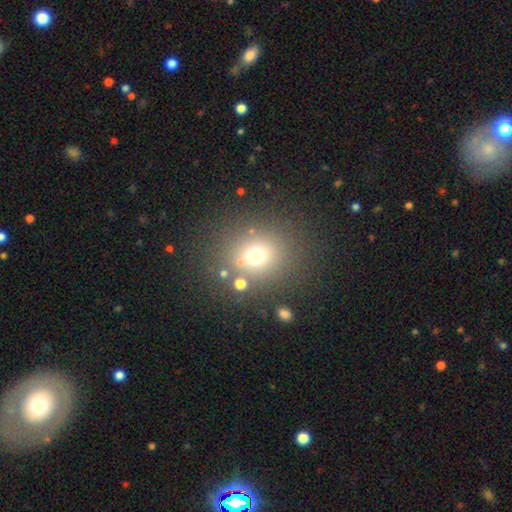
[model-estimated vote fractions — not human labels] A smooth galaxy with no disk features (68%) that is round (81%).

Vote fractions:
- Smooth or featured? smooth: 68% / star or artifact: 21% / featured or disk: 11%
- How rounded? round: 81% / in between: 18% / cigar-shaped: 1%
- Merging? none: 77% / minor disturbance: 10% / merger: 8% / major disturbance: 6%